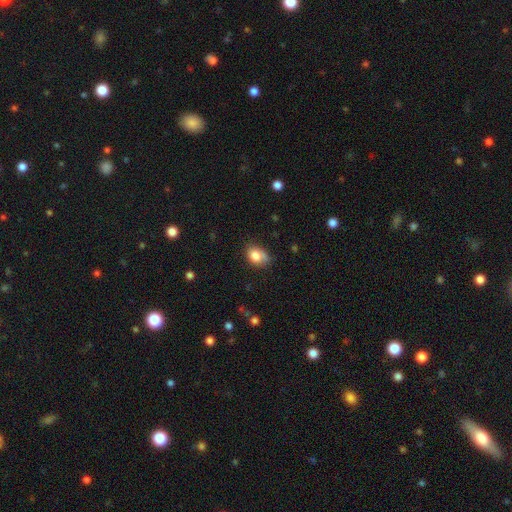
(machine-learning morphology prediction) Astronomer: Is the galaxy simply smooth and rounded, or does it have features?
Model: smooth — 81%.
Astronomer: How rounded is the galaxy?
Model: in between — 66%.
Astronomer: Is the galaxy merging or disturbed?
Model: none — 56%.